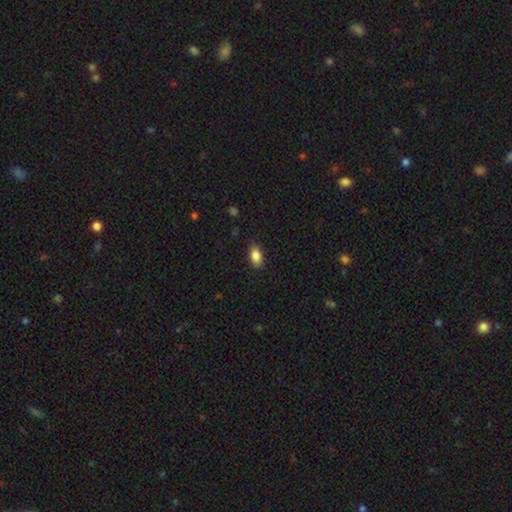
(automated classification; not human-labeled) smooth-or-featured: smooth: 87% | star or artifact: 8% | featured or disk: 5%
  how-rounded: in between: 90% | round: 7% | cigar-shaped: 3%
  merging: none: 86% | minor disturbance: 10% | major disturbance: 2% | merger: 1%